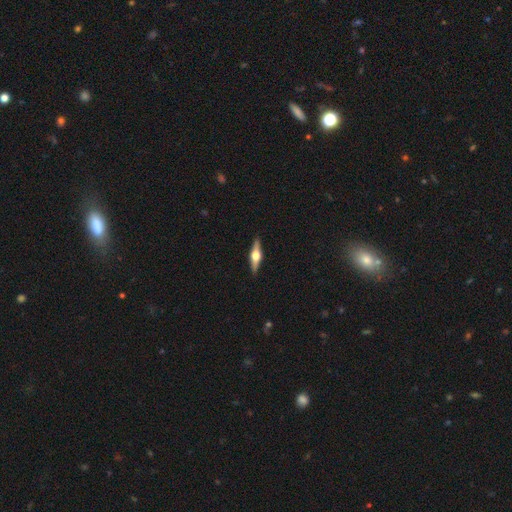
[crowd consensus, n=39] smooth-or-featured: featured or disk: 77% | smooth: 21% | star or artifact: 3%
  disk-edge-on: yes: 100% | no: 0%
    edge-on-bulge: rounded: 97% | boxy: 3% | none: 0%
  merging: none: 92% | minor disturbance: 8% | major disturbance: 0% | merger: 0%